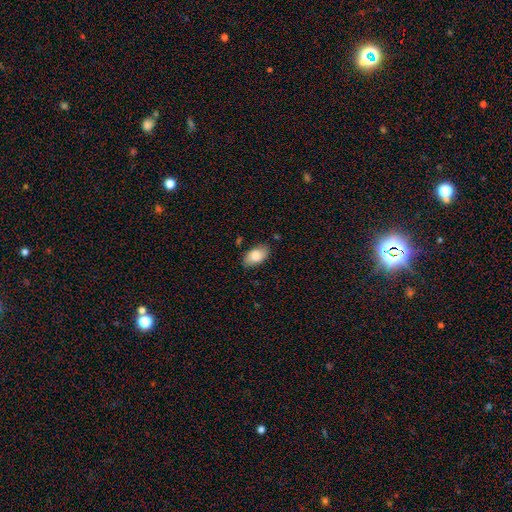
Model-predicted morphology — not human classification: A smooth galaxy with no disk features (83%) that is in between round and cigar-shaped (93%).

Vote fractions:
- Smooth or featured? smooth: 83% / featured or disk: 11% / star or artifact: 6%
- How rounded? in between: 93% / round: 5% / cigar-shaped: 2%
- Merging? none: 79% / minor disturbance: 16% / major disturbance: 3% / merger: 2%